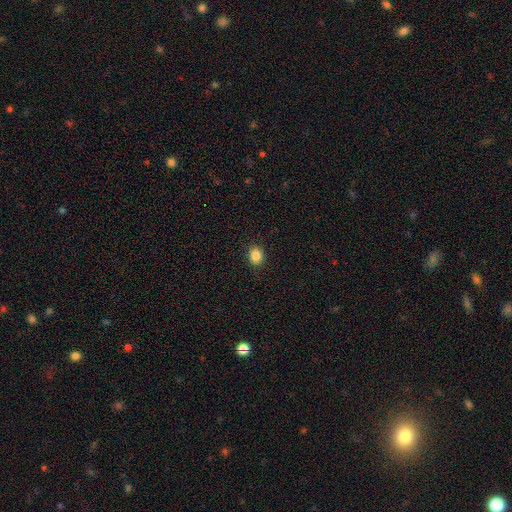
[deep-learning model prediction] The model was most divided on "how rounded": round: 60%, in between: 39%, cigar-shaped: 1%. More confident: merging — none (91%); smooth or featured — smooth (86%).